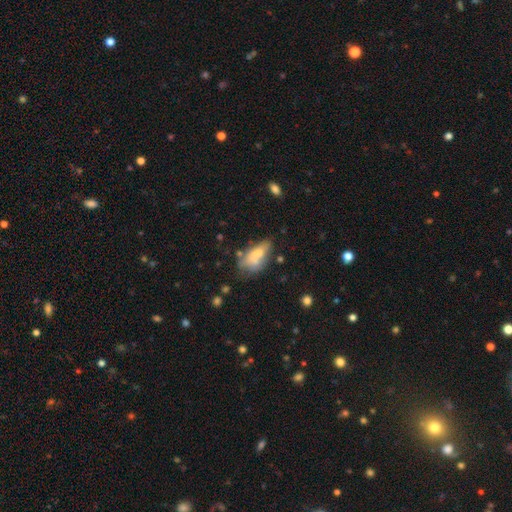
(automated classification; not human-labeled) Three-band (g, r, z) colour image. It shows a smooth galaxy with no disk features (69%) that is in between round and cigar-shaped (86%). Merging: none (38%).